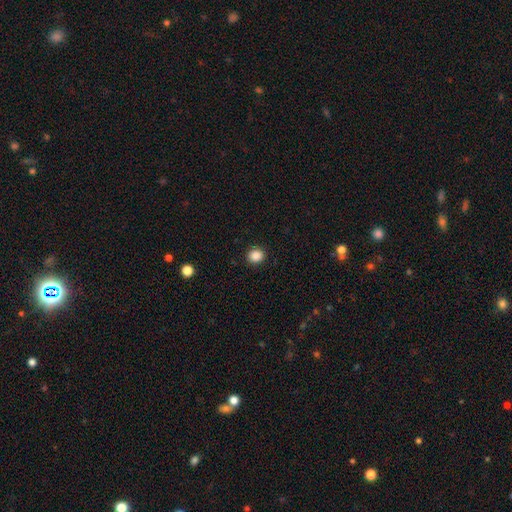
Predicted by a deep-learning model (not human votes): smooth-or-featured: smooth: 87% | star or artifact: 10% | featured or disk: 3%
  how-rounded: round: 86% | in between: 13% | cigar-shaped: 1%
  merging: none: 92% | minor disturbance: 5% | major disturbance: 2% | merger: 1%